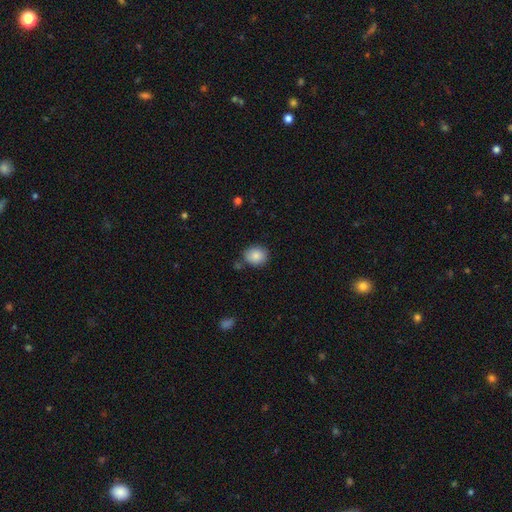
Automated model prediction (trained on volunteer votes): Overall: smooth (86%). How rounded: round (69%; in between 30%). Merging: none (78%).